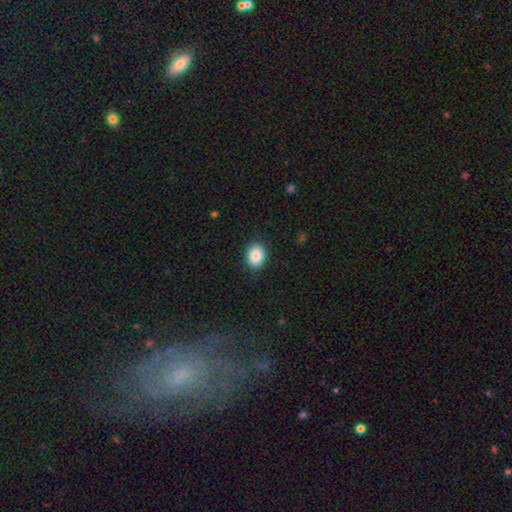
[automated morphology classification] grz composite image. It shows a smooth galaxy with no disk features (88%) that is in between round and cigar-shaped (71%). Merging: none (88%).